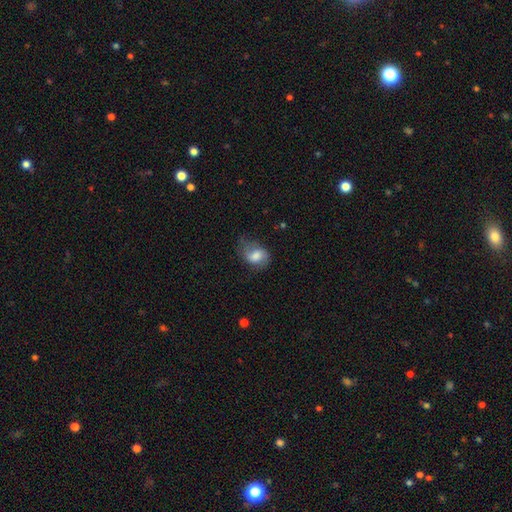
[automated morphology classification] smooth-or-featured: smooth: 65% | featured or disk: 26% | star or artifact: 8%
  how-rounded: in between: 72% | round: 27% | cigar-shaped: 1%
  merging: none: 45% | minor disturbance: 33% | major disturbance: 20% | merger: 2%